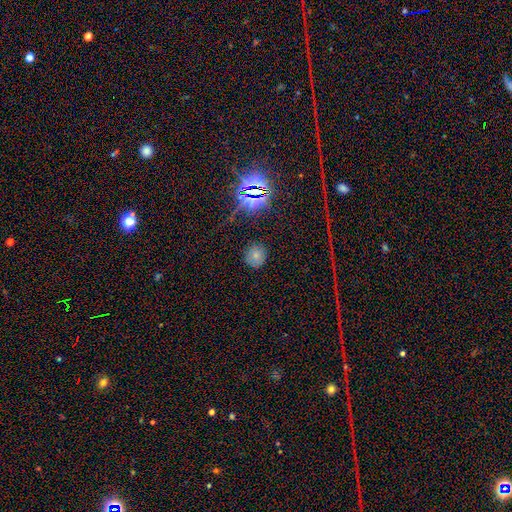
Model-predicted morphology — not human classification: Q: Smooth or featured?
A: smooth (67%); runner-up: star or artifact (22%)
Q: How rounded?
A: round (83%); runner-up: in between (16%)
Q: Merging?
A: none (84%); runner-up: minor disturbance (11%)